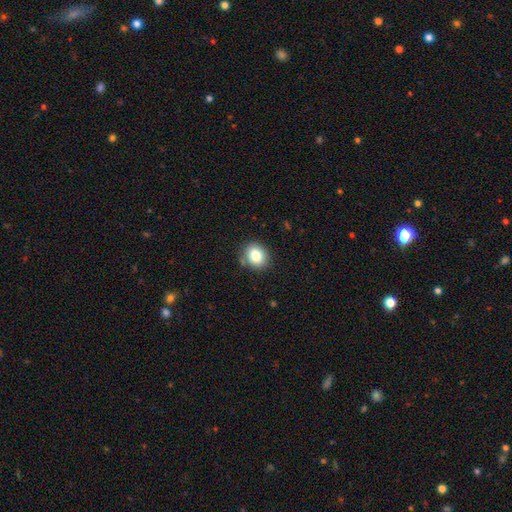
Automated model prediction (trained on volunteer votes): Smooth or featured?
  - smooth: 81% *
  - star or artifact: 10%
  - featured or disk: 9%
How rounded?
  - round: 61% *
  - in between: 38%
  - cigar-shaped: 1%
Merging?
  - none: 83% *
  - minor disturbance: 12%
  - major disturbance: 3%
  - merger: 3%